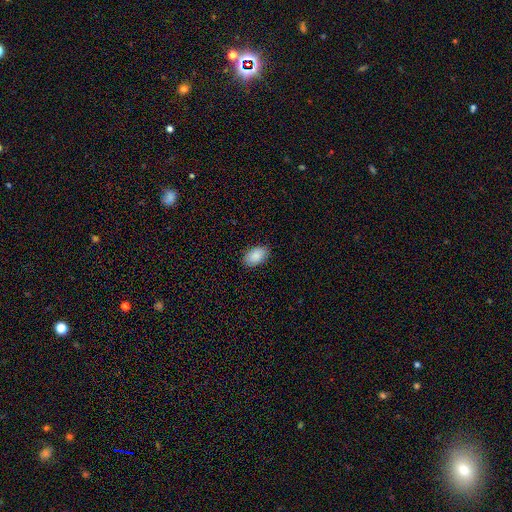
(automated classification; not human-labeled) A smooth galaxy with no disk features (89%) that is in between round and cigar-shaped (93%).

Vote fractions:
- Smooth or featured? smooth: 89% / star or artifact: 6% / featured or disk: 4%
- How rounded? in between: 93% / round: 6% / cigar-shaped: 1%
- Merging? none: 88% / minor disturbance: 9% / major disturbance: 2% / merger: 1%